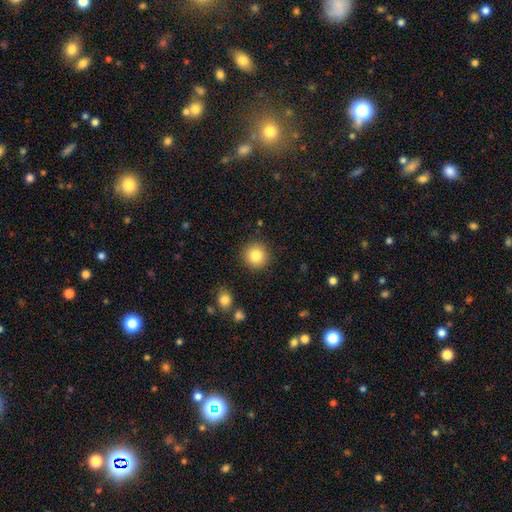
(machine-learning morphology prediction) smooth 84%, star or artifact 10%, featured or disk 7%. Down the decision tree: how rounded — round (94%); merging — none (90%).